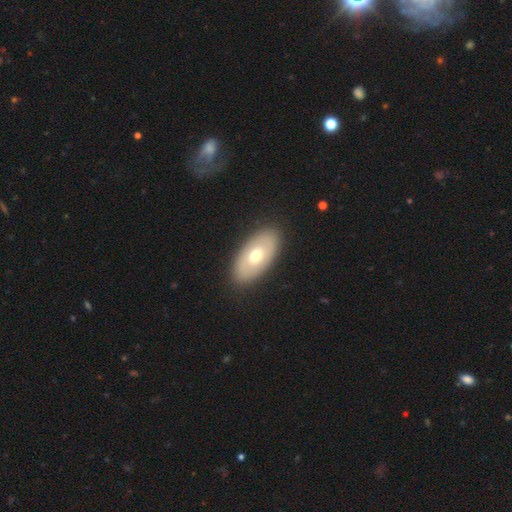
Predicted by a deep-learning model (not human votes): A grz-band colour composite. It shows a smooth galaxy with no disk features (58%) that is in between round and cigar-shaped (93%). Merging: none (88%).